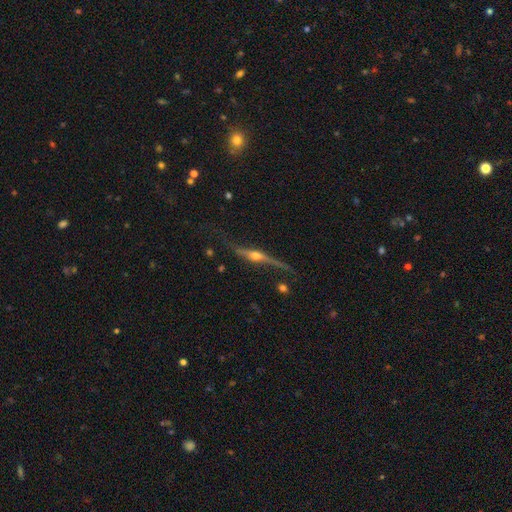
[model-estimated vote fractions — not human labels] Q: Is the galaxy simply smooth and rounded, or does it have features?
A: featured or disk — 81%.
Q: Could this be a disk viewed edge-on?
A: yes — 94%.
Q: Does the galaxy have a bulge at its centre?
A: rounded — 93%.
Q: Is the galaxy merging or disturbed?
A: none — 70%.